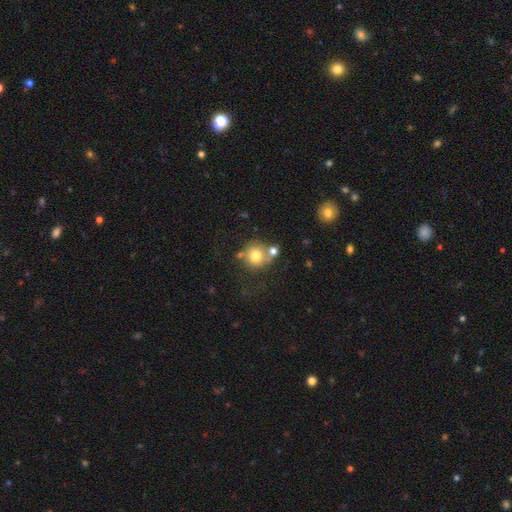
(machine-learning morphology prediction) This appears to be a smooth galaxy with no disk features (73%) that is round (87%). Merging: none (51%).